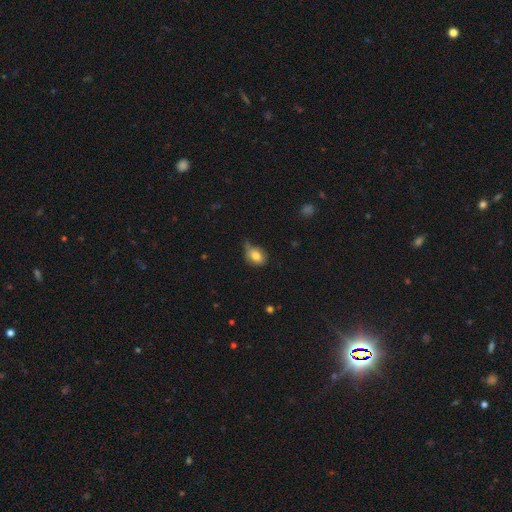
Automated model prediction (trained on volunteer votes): The model was most divided on "merging": none: 49%, minor disturbance: 37%, major disturbance: 10%, merger: 4%. More confident: smooth or featured — smooth (80%); how rounded — in between (59%).